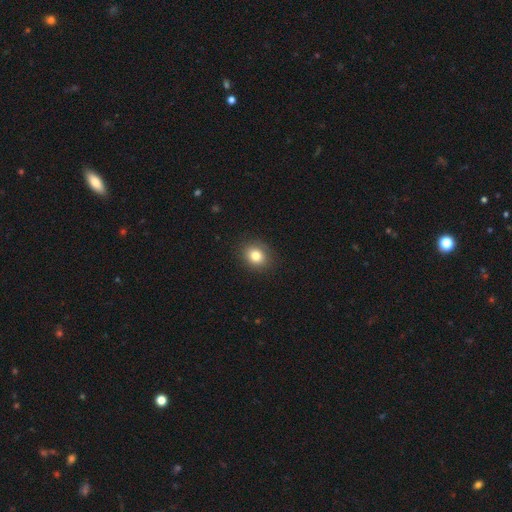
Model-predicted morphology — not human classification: This is clearly a smooth galaxy (81%). How rounded: likely round (65%). Merging: clearly none (88%).